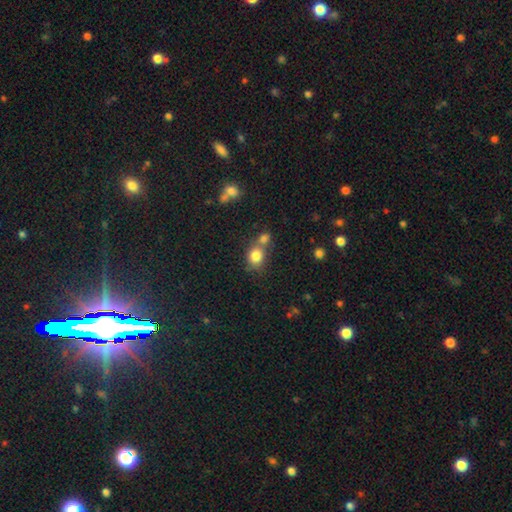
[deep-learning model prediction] This is clearly a smooth galaxy (81%). How rounded: likely round (69%). Merging: possibly none (46%).